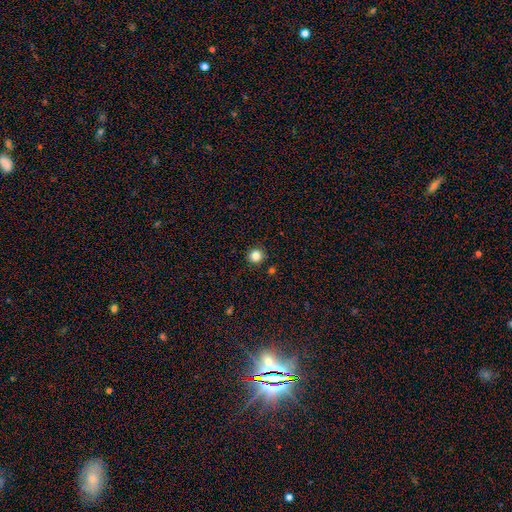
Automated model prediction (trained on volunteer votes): Smooth or featured? smooth (84%)
How rounded? round (94%)
Merging? none (91%)